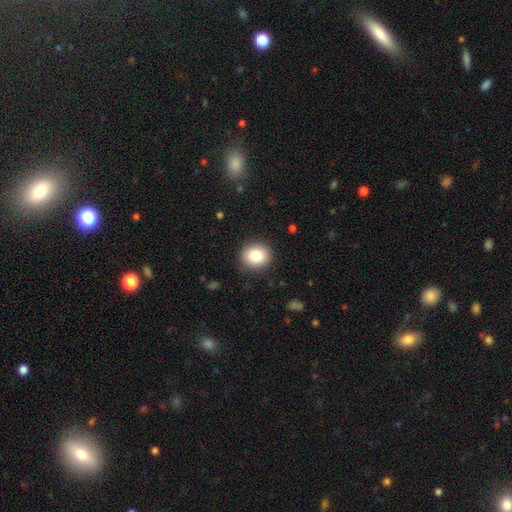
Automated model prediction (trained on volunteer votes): smooth-or-featured: smooth: 85% | star or artifact: 9% | featured or disk: 7%
  how-rounded: round: 77% | in between: 22% | cigar-shaped: 1%
  merging: none: 89% | minor disturbance: 8% | major disturbance: 2% | merger: 1%